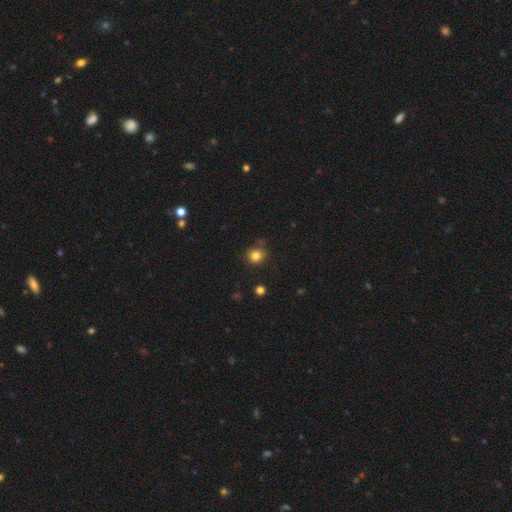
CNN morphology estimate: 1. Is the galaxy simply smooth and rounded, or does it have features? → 81% smooth, 13% star or artifact, 6% featured or disk.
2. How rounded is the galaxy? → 88% round, 11% in between, 1% cigar-shaped.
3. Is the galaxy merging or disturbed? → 77% none, 15% minor disturbance, 5% merger, 4% major disturbance.